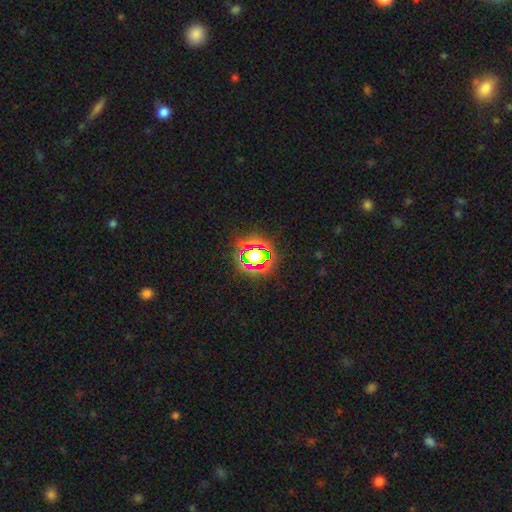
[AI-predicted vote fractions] The model was most divided on "smooth or featured": star or artifact: 56%, smooth: 30%, featured or disk: 14%.